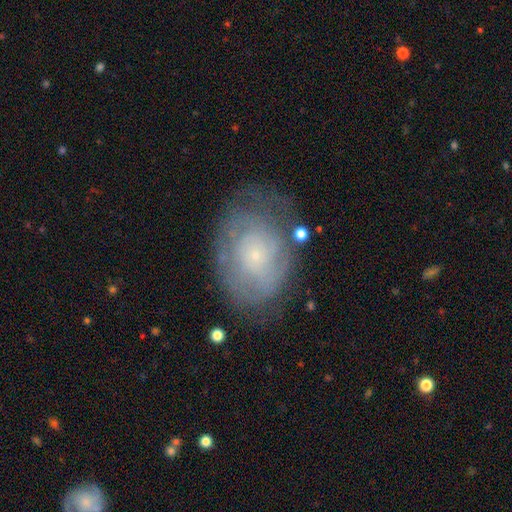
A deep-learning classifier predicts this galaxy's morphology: Smooth or featured? Predicted: featured or disk (p=0.65). Edge-on disk? Predicted: no (p=0.96). Bar? Predicted: no (p=0.85). Spiral arms? Predicted: yes (p=0.72). Bulge size? Predicted: small (p=0.85). Merging? Predicted: none (p=0.63).